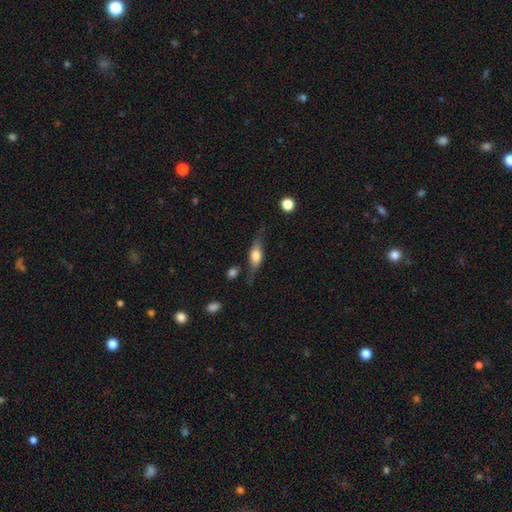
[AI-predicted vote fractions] Smooth or featured: featured or disk — 48% (smooth — 45%)
Merging: none — 63% (minor disturbance — 23%)